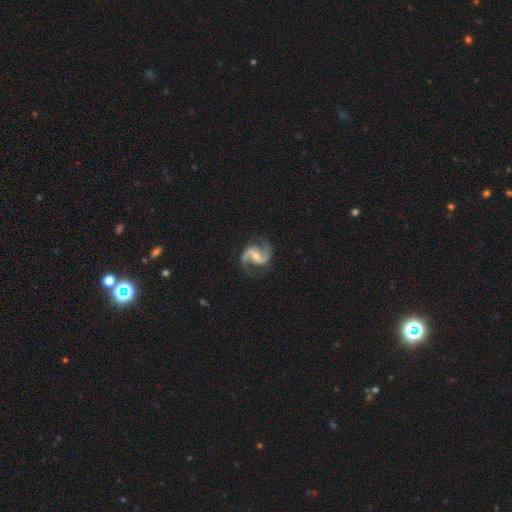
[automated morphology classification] This is clearly a featured or disk galaxy (92%). It is clearly not viewed edge-on (98%). Bar: possibly weak (47%). Spiral arm pattern: clearly yes (98%). Spiral arm count: clearly 2 (94%). Spiral winding: possibly medium (59%). Central bulge: possibly moderate (48%). Merging: clearly none (81%).